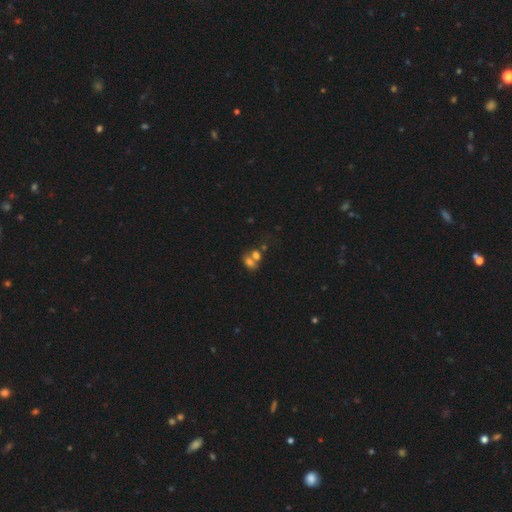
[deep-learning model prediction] Smooth or featured: smooth — 68% (featured or disk — 17%)
How rounded: in between — 70% (round — 26%)
Merging: merger — 57% (none — 29%)